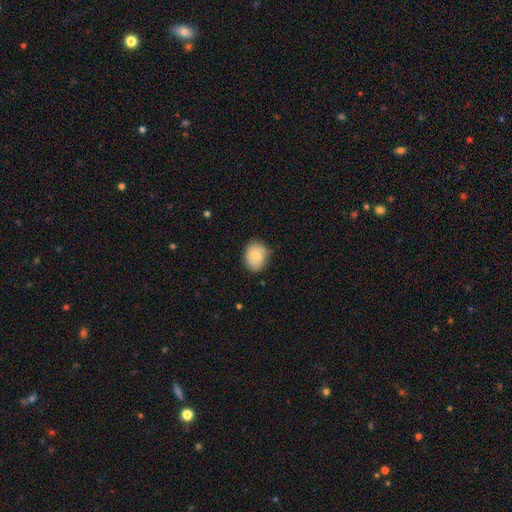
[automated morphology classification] This appears to be a smooth galaxy with no disk features (80%) that is round (53%). Merging: none (73%).